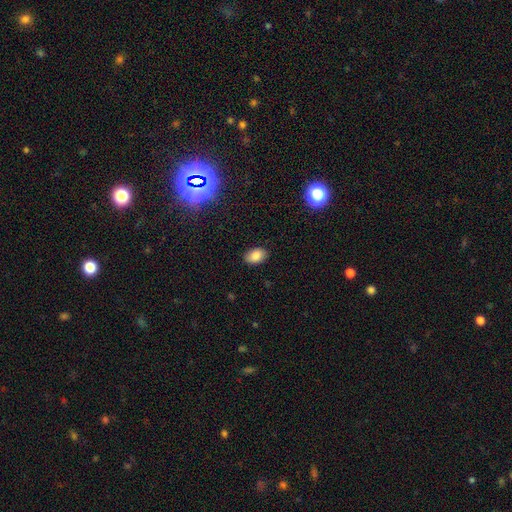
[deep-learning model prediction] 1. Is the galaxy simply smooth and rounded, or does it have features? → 84% smooth, 10% star or artifact, 7% featured or disk.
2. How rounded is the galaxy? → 87% in between, 12% round, 1% cigar-shaped.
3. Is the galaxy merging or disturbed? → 87% none, 10% minor disturbance, 2% major disturbance, 1% merger.